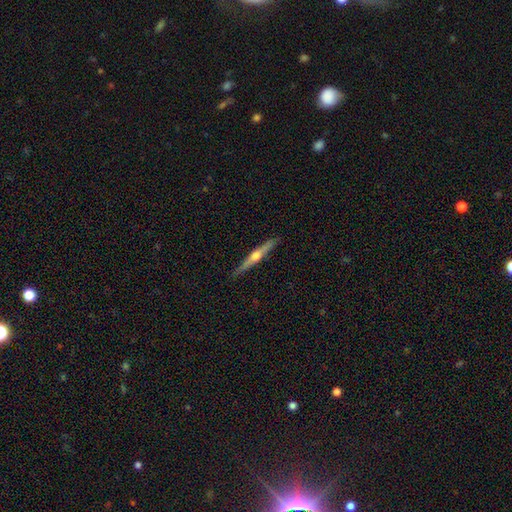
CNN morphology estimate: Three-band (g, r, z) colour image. It shows a featured or disk galaxy (76%) viewed edge-on (98%) with a rounded central bulge (93%). Merging: none (91%).